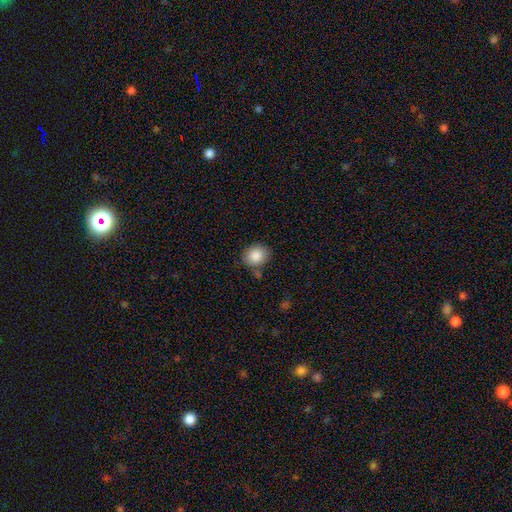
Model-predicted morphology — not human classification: Overall: smooth (87%). How rounded: round (59%; in between 40%). Merging: none (74%).